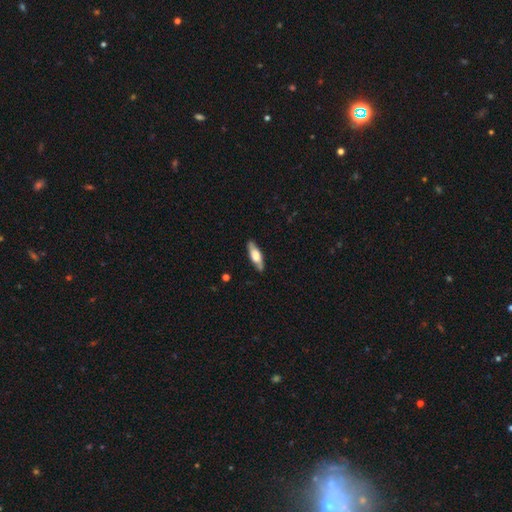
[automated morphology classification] A smooth galaxy with no disk features (52%) that is cigar-shaped (49%). Merging: none (84%).